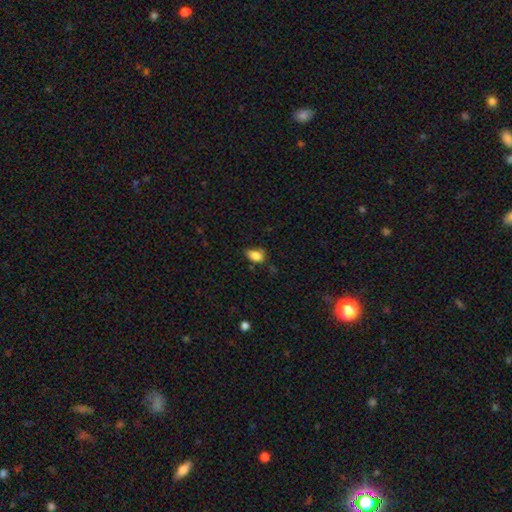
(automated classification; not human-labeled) Smooth or featured? Predicted: smooth (p=0.82). How rounded? Predicted: in between (p=0.83). Merging? Predicted: none (p=0.50).